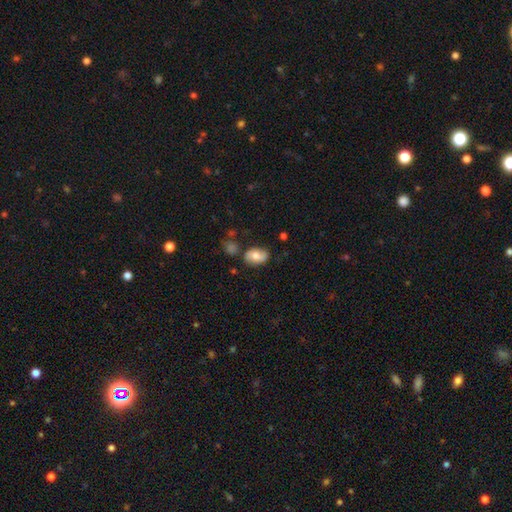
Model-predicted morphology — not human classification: Smooth or featured? smooth (63%)
How rounded? in between (86%)
Merging? none (72%)